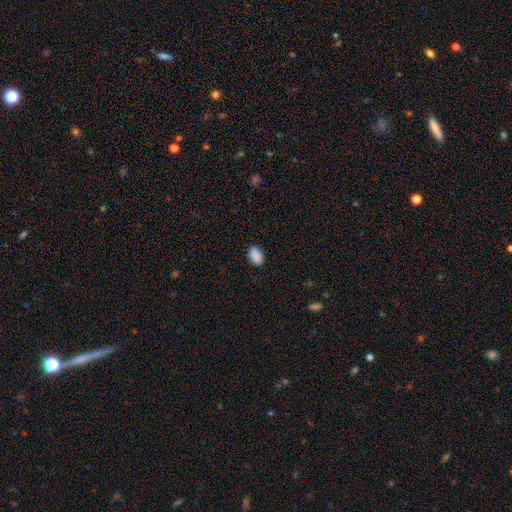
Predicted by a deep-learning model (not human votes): Q: Smooth or featured?
A: smooth (90%); runner-up: star or artifact (7%)
Q: How rounded?
A: in between (91%); runner-up: round (8%)
Q: Merging?
A: none (87%); runner-up: minor disturbance (10%)